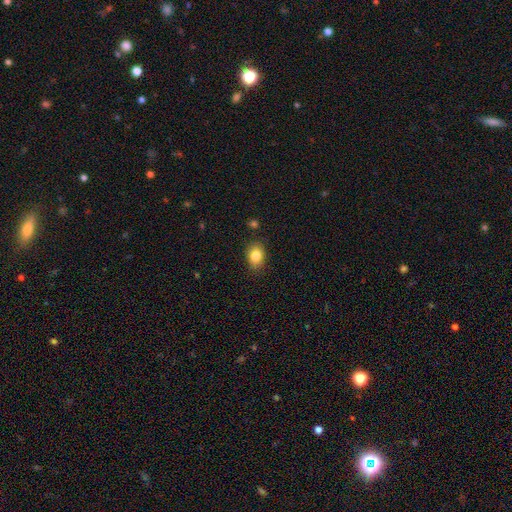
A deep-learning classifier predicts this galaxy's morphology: Smooth or featured?
  - smooth: 83% *
  - star or artifact: 9%
  - featured or disk: 8%
How rounded?
  - in between: 68% *
  - round: 31%
  - cigar-shaped: 1%
Merging?
  - none: 84% *
  - minor disturbance: 12%
  - major disturbance: 2%
  - merger: 2%